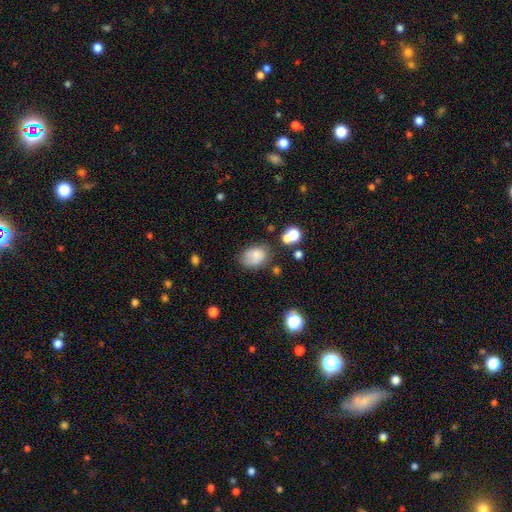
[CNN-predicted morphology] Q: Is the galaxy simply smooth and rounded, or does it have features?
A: smooth — 71%.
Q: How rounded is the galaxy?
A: in between — 75%.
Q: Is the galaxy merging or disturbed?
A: none — 56%.